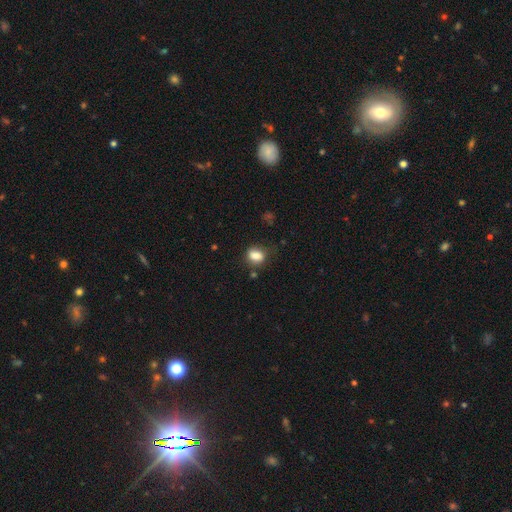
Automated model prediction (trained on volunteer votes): smooth 82%, star or artifact 10%, featured or disk 8%. Down the decision tree: how rounded — in between (60%); merging — none (71%).